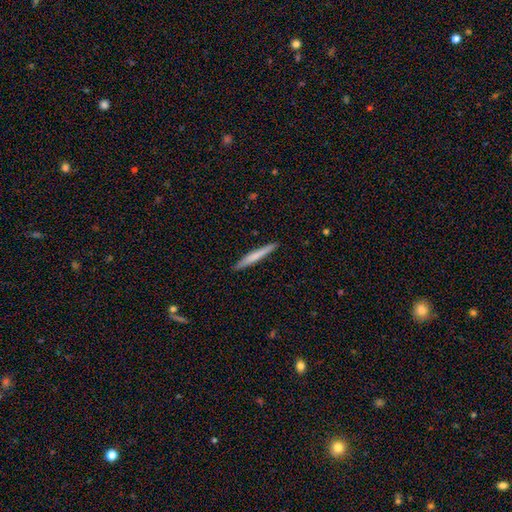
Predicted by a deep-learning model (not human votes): Smooth or featured? Predicted: smooth (p=0.65). How rounded? Predicted: cigar-shaped (p=0.96). Merging? Predicted: none (p=0.91).